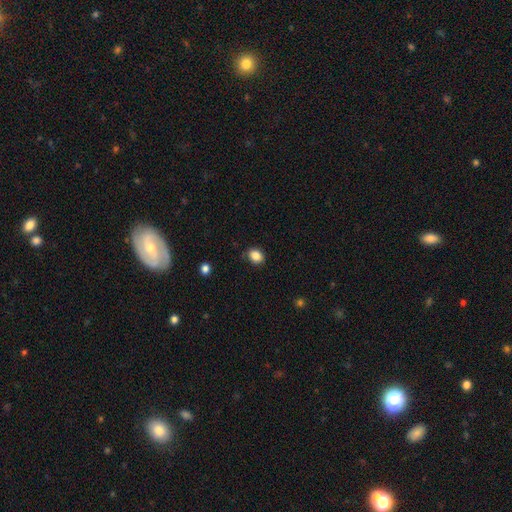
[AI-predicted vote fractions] This appears to be a smooth galaxy with no disk features (85%) that is in between round and cigar-shaped (51%). Merging: none (80%).